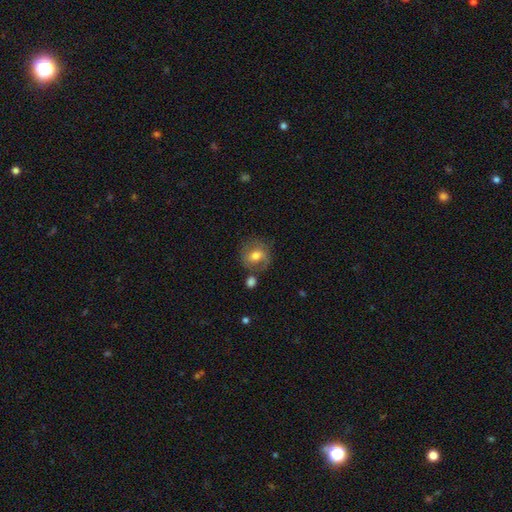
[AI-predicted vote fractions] Smooth or featured: smooth — 50% (featured or disk — 42%)
Merging: none — 62% (minor disturbance — 19%)